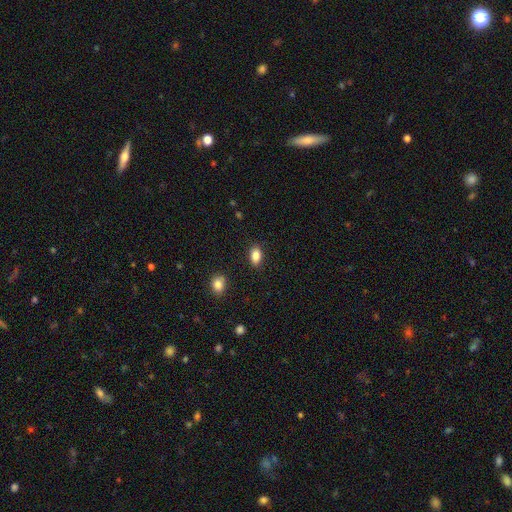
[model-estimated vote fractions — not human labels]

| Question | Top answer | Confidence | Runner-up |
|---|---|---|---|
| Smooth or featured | smooth | 86% | star or artifact (9%) |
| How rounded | in between | 87% | round (11%) |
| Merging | none | 87% | minor disturbance (9%) |